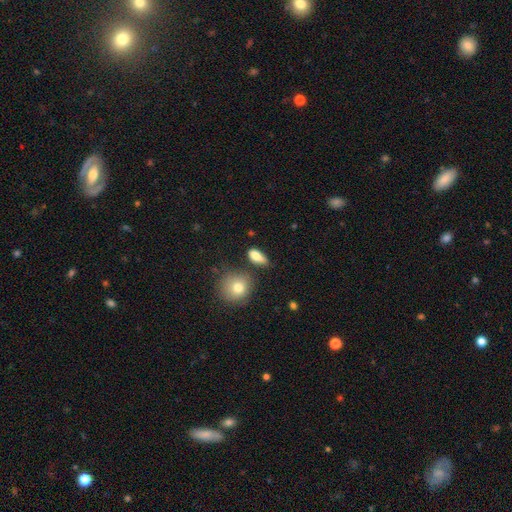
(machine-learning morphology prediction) smooth 80%, featured or disk 11%, star or artifact 9%. Down the decision tree: how rounded — in between (75%); merging — none (59%).